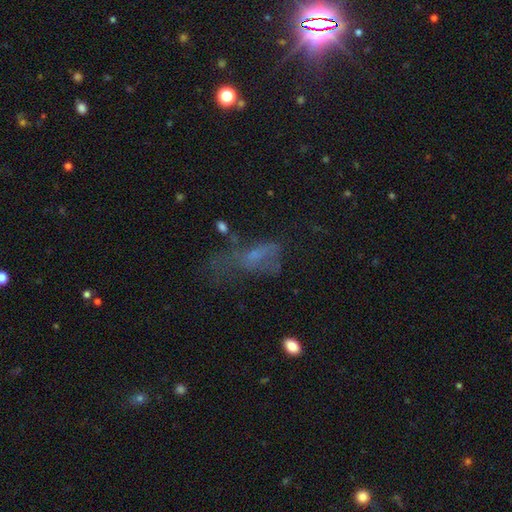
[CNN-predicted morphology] Smooth or featured? smooth (41%)
Merging? major disturbance (44%)